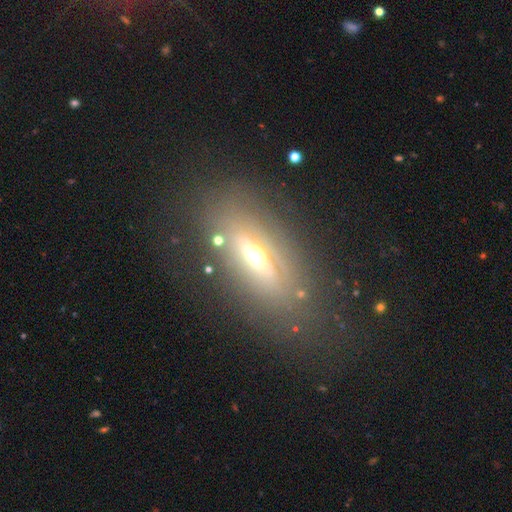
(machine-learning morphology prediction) A featured or disk galaxy (61%) viewed edge-on (59%). Merging: none (70%).